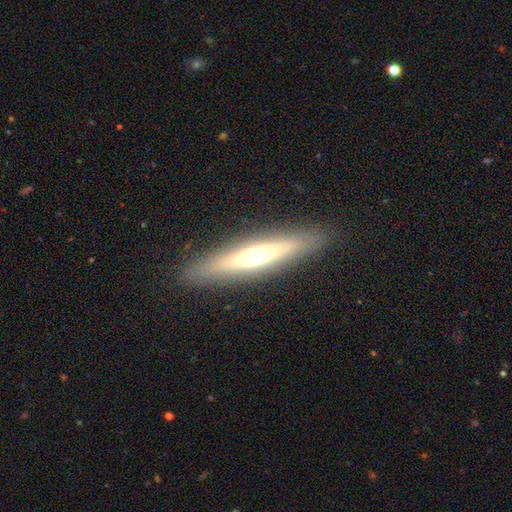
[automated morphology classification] type=featured or disk (54%); edge-on=yes (87%); merging=none (90%).